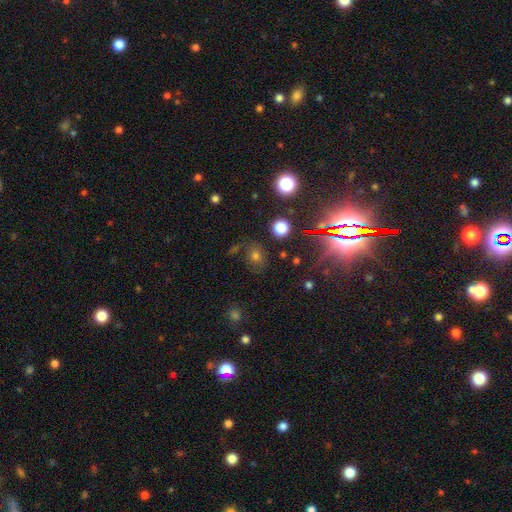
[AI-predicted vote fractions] Q: Smooth or featured?
A: smooth (57%); runner-up: star or artifact (27%)
Q: How rounded?
A: round (58%); runner-up: in between (41%)
Q: Merging?
A: none (66%); runner-up: minor disturbance (17%)